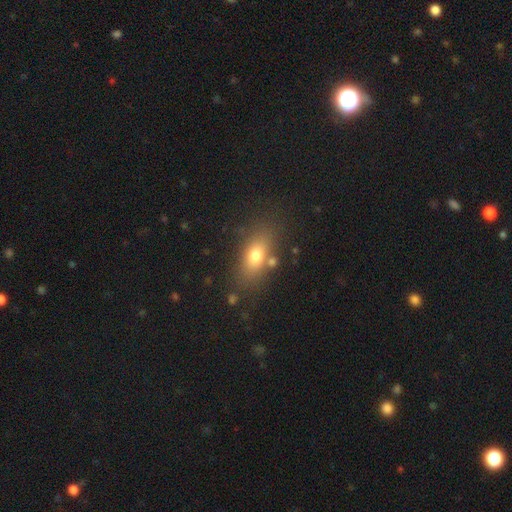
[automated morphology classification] This appears to be a smooth galaxy with no disk features (74%) that is in between round and cigar-shaped (79%). Merging: none (75%).